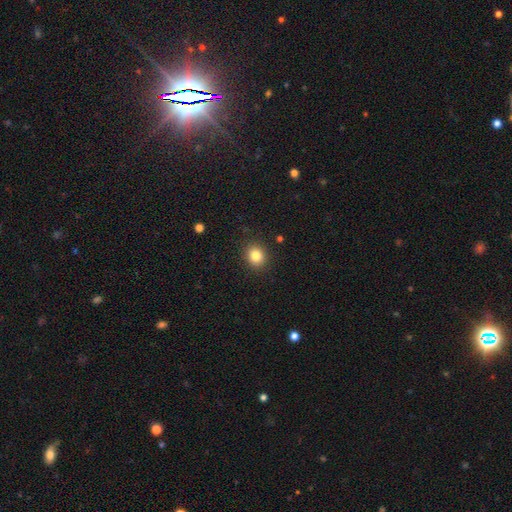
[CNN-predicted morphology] Smooth or featured?
  - smooth: 83% *
  - star or artifact: 11%
  - featured or disk: 6%
How rounded?
  - round: 75% *
  - in between: 24%
  - cigar-shaped: 1%
Merging?
  - none: 90% *
  - minor disturbance: 7%
  - major disturbance: 2%
  - merger: 1%